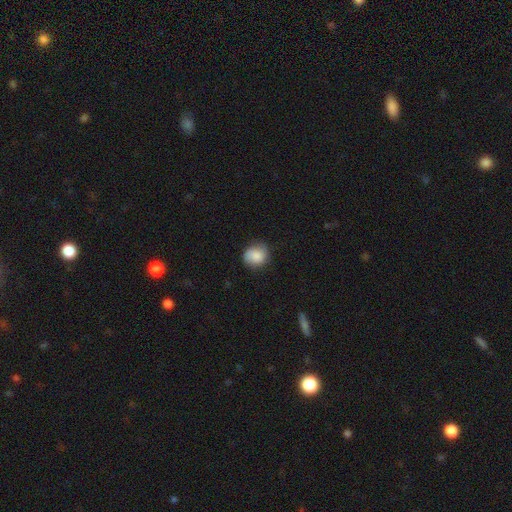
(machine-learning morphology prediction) This appears to be a smooth galaxy with no disk features (81%) that is round (76%). Merging: none (75%).